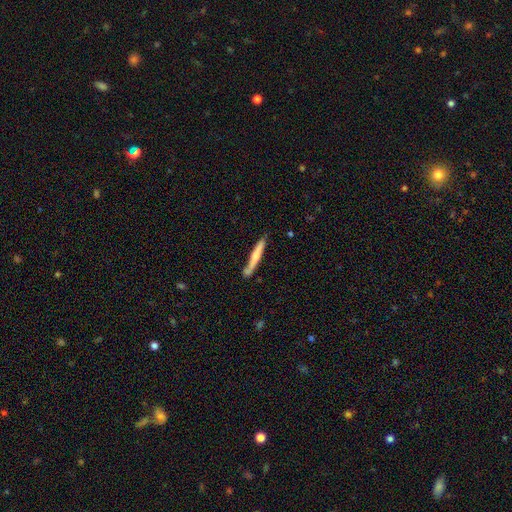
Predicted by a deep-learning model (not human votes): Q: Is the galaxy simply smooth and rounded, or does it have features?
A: smooth — 58%.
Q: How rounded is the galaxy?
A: cigar-shaped — 96%.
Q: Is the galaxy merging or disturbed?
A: none — 73%.